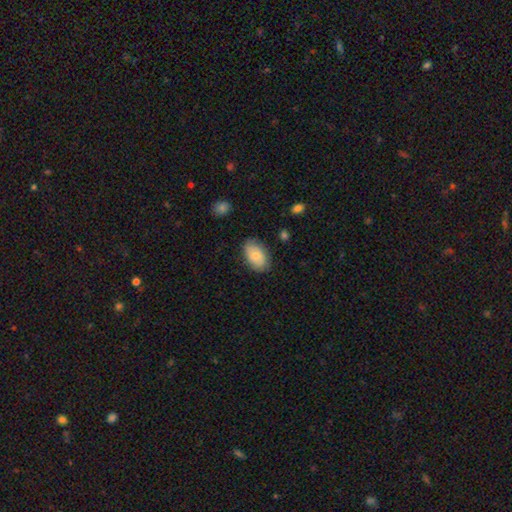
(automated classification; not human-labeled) A smooth galaxy with no disk features (72%) that is in between round and cigar-shaped (92%). Merging: none (77%).